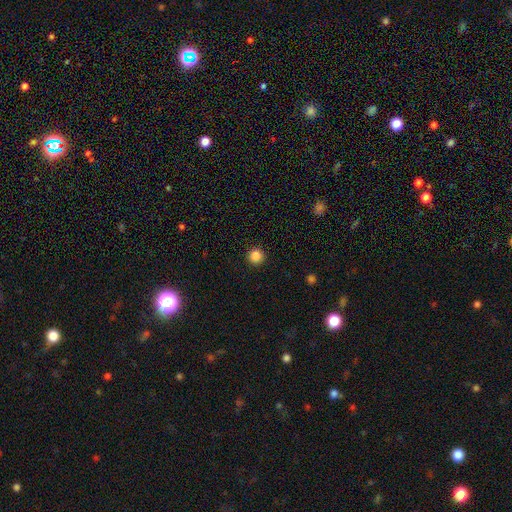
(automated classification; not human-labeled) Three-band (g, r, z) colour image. It shows a smooth galaxy with no disk features (86%) that is round (96%). Merging: none (93%).